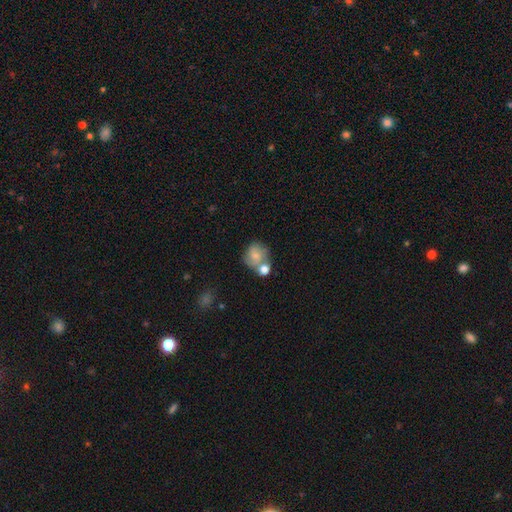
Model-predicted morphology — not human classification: A smooth galaxy with no disk features (61%) that is round (72%). Merging: none (40%).